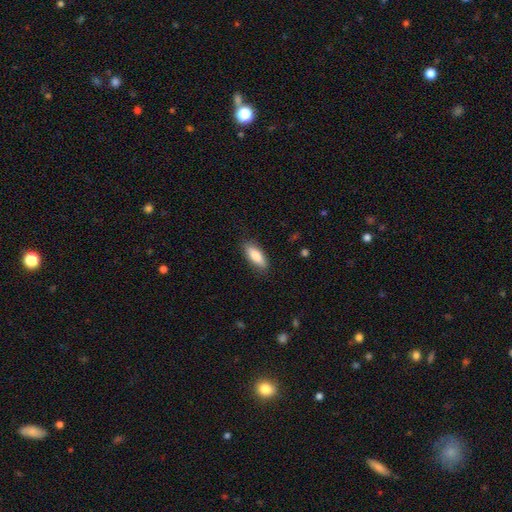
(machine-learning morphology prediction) Smooth or featured?
  - smooth: 82% *
  - featured or disk: 12%
  - star or artifact: 6%
How rounded?
  - in between: 70% *
  - cigar-shaped: 28%
  - round: 2%
Merging?
  - none: 85% *
  - minor disturbance: 11%
  - major disturbance: 2%
  - merger: 1%